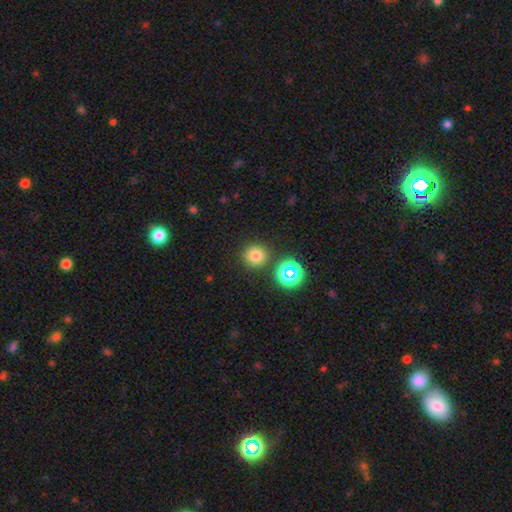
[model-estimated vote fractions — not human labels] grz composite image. It shows a smooth galaxy with no disk features (75%) that is round (94%). Merging: none (86%).